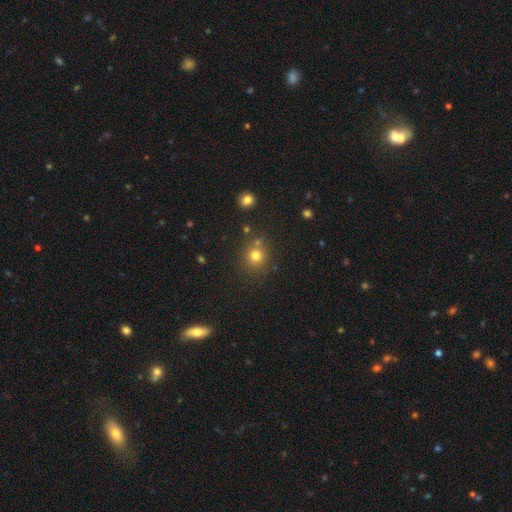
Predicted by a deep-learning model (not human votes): A smooth galaxy with no disk features (77%) that is round (88%). Merging: none (77%).